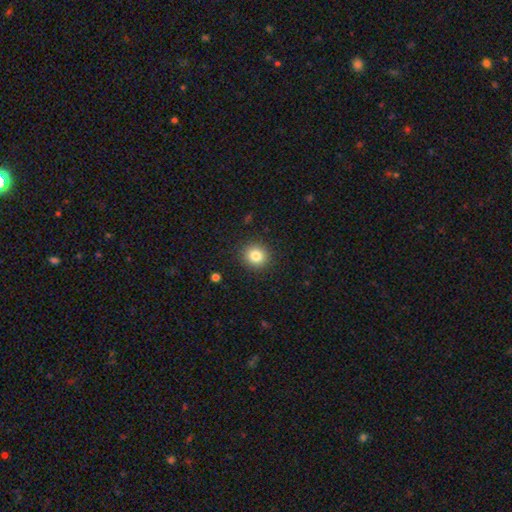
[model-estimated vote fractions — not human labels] Smooth or featured?
  - smooth: 82% *
  - star or artifact: 11%
  - featured or disk: 7%
How rounded?
  - round: 88% *
  - in between: 12%
  - cigar-shaped: 1%
Merging?
  - none: 91% *
  - minor disturbance: 6%
  - major disturbance: 2%
  - merger: 1%